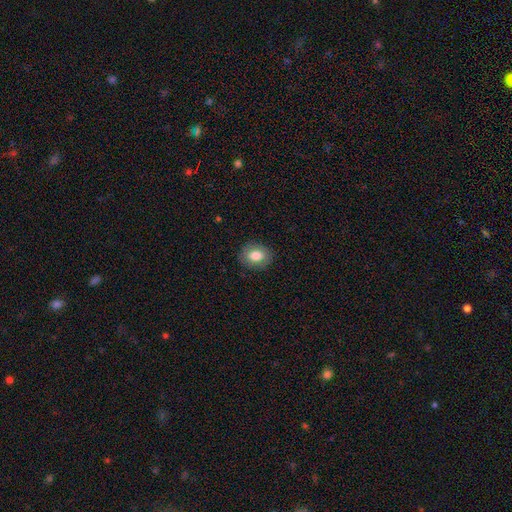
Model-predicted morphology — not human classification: Smooth or featured: smooth — 80% (featured or disk — 12%)
How rounded: in between — 53% (round — 46%)
Merging: none — 87% (minor disturbance — 9%)